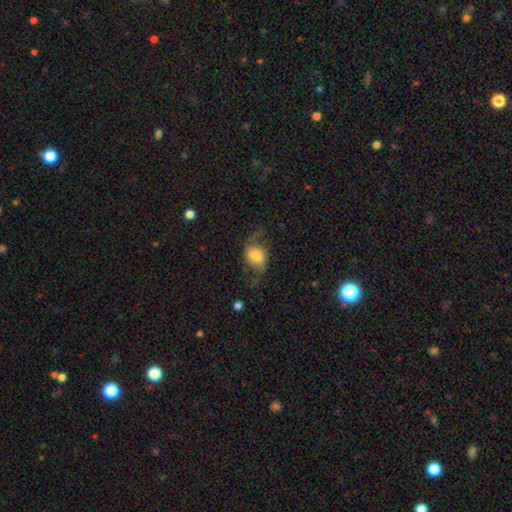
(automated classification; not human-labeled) smooth-or-featured: featured or disk: 51% | smooth: 40% | star or artifact: 8%
  disk-edge-on: no: 94% | yes: 6%
  merging: none: 55% | minor disturbance: 22% | major disturbance: 21% | merger: 2%